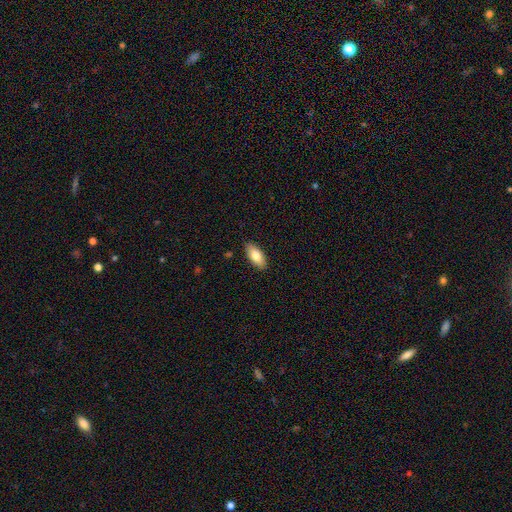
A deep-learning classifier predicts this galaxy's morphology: This is clearly a smooth galaxy (81%). How rounded: clearly in between (87%). Merging: clearly none (88%).